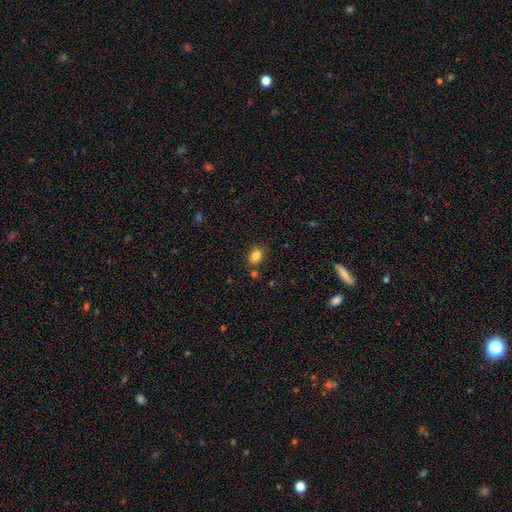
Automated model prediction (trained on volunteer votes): smooth-or-featured: smooth: 84% | star or artifact: 10% | featured or disk: 6%
  how-rounded: in between: 67% | round: 32% | cigar-shaped: 1%
  merging: none: 78% | minor disturbance: 12% | merger: 7% | major disturbance: 3%